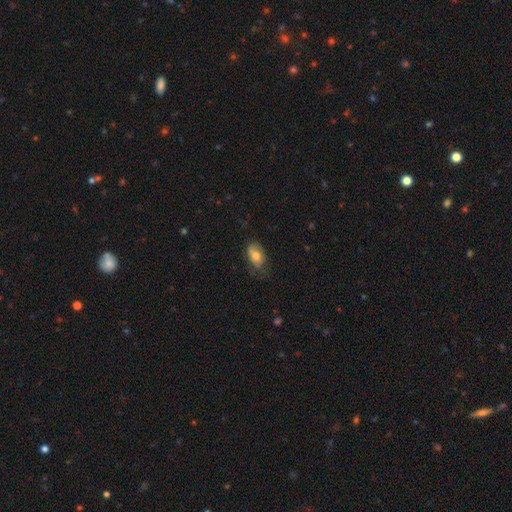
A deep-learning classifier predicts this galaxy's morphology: Q: Smooth or featured?
A: smooth (69%); runner-up: featured or disk (24%)
Q: How rounded?
A: in between (90%); runner-up: round (8%)
Q: Merging?
A: none (58%); runner-up: minor disturbance (30%)